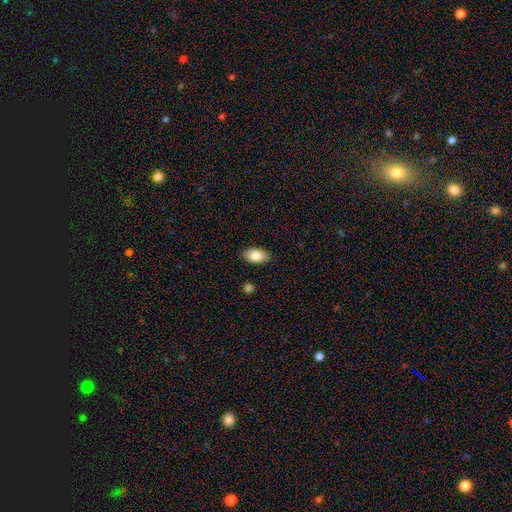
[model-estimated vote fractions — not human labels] This is clearly a smooth galaxy (85%). How rounded: clearly in between (93%). Merging: clearly none (87%).